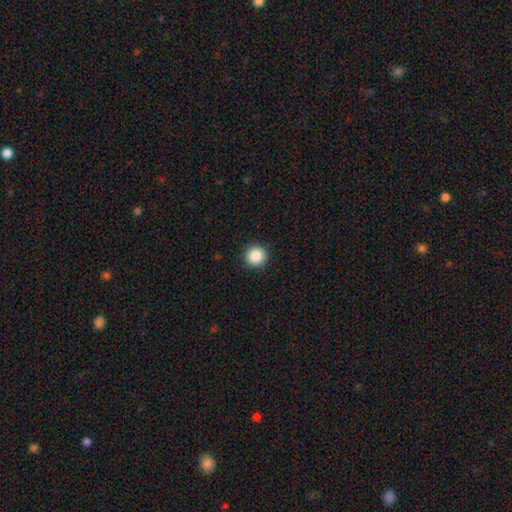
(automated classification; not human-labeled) This is clearly a smooth galaxy (87%). How rounded: clearly round (94%). Merging: clearly none (92%).